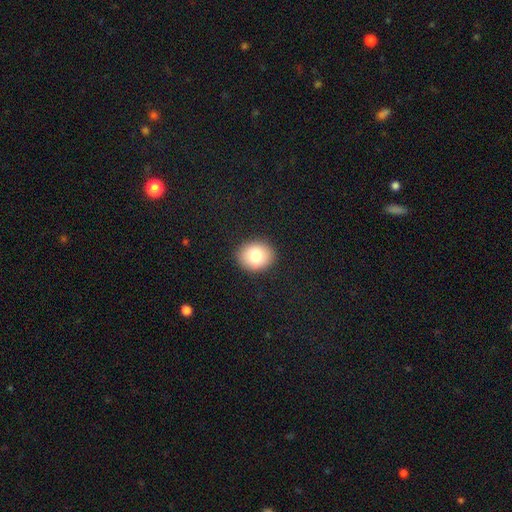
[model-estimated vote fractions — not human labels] smooth 80%, featured or disk 11%, star or artifact 9%. Down the decision tree: how rounded — round (64%); merging — none (90%).